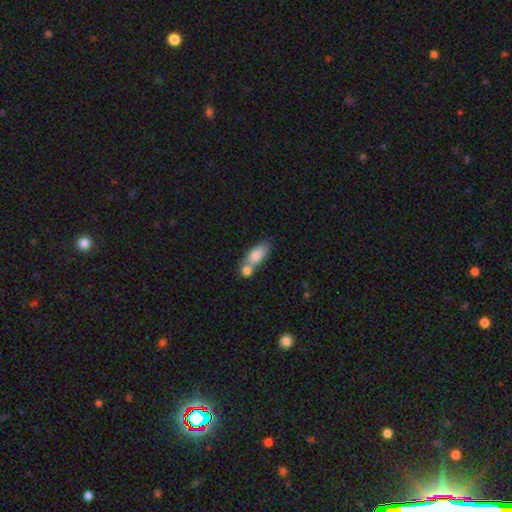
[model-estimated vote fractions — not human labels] smooth 79%, featured or disk 14%, star or artifact 7%. Down the decision tree: how rounded — in between (79%); merging — merger (51%).